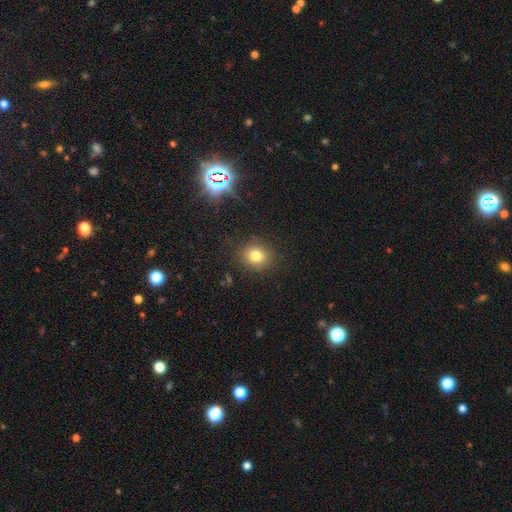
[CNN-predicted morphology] Overall: smooth (76%). How rounded: round (74%). Merging: none (87%).